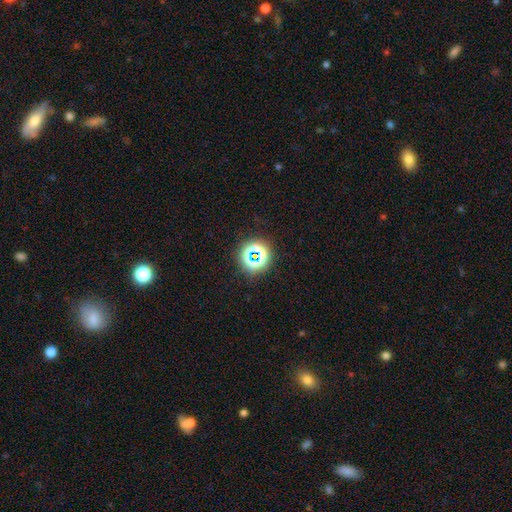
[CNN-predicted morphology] This is likely a star or artifact rather than a galaxy (63%).